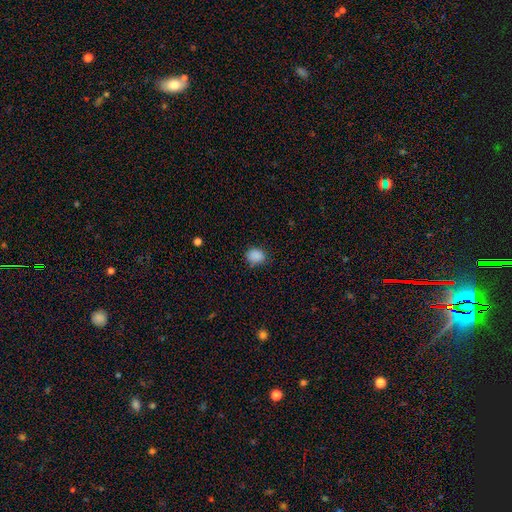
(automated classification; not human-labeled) This is clearly a smooth galaxy (87%). How rounded: possibly round (51%). Merging: likely none (79%).